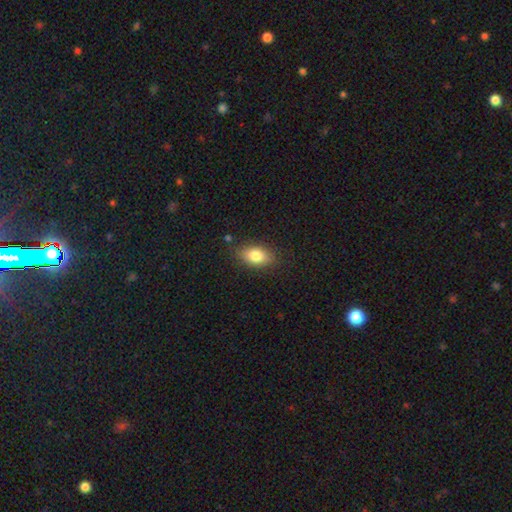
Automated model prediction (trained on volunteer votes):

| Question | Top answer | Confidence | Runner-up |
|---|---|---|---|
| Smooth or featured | smooth | 82% | featured or disk (10%) |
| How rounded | in between | 88% | round (9%) |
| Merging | none | 83% | minor disturbance (12%) |